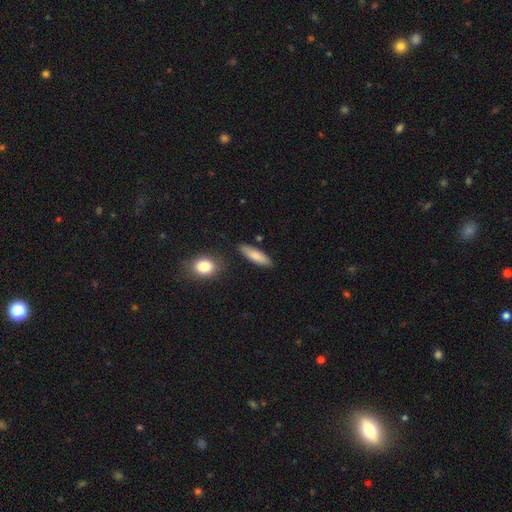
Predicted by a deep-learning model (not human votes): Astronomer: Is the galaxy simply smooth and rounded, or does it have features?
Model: smooth — 82%.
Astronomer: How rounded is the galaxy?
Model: cigar-shaped — 52% (runner-up: in between, 46%).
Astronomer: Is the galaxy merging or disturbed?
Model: none — 83%.